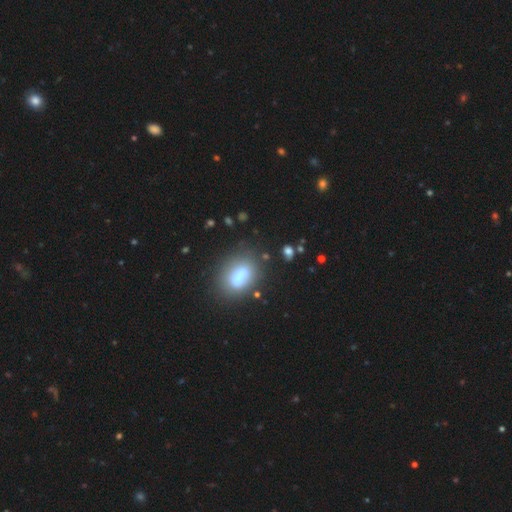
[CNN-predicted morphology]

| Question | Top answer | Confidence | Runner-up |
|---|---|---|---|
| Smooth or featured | smooth | 69% | star or artifact (21%) |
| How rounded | in between | 73% | round (25%) |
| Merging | none | 86% | minor disturbance (8%) |